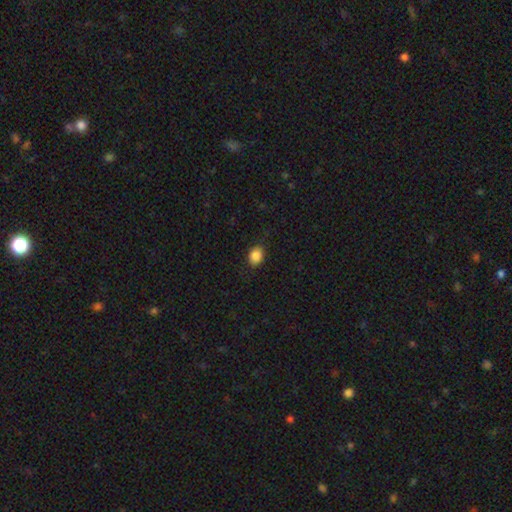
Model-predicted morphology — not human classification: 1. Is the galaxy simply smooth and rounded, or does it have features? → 87% smooth, 9% star or artifact, 4% featured or disk.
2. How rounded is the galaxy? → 55% in between, 44% round, 1% cigar-shaped.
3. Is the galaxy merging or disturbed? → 83% none, 13% minor disturbance, 3% major disturbance, 1% merger.